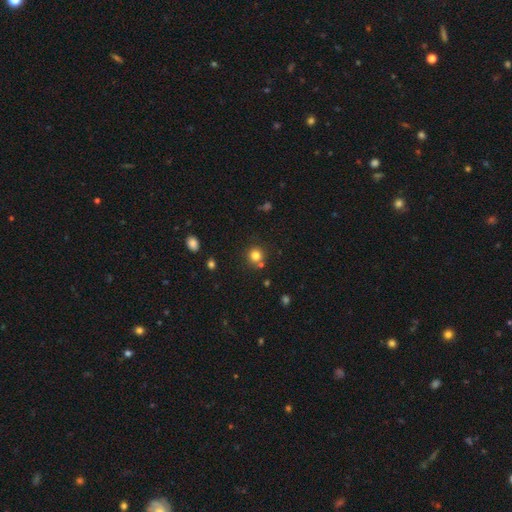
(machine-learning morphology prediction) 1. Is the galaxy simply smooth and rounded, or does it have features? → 80% smooth, 14% star or artifact, 6% featured or disk.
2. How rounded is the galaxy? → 92% round, 7% in between, 1% cigar-shaped.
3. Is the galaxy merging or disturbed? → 75% none, 13% merger, 8% minor disturbance, 3% major disturbance.